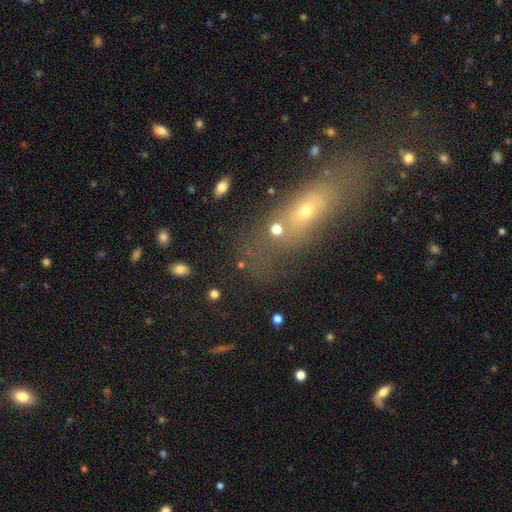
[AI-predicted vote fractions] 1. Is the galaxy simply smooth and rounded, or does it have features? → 47% smooth, 28% star or artifact, 25% featured or disk.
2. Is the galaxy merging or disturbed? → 56% none, 20% merger, 14% minor disturbance, 10% major disturbance.